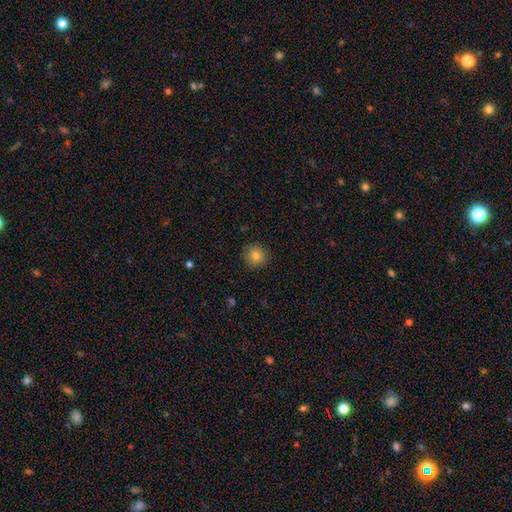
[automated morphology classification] type=smooth (81%); roundness=round (93%); merging=none (90%).